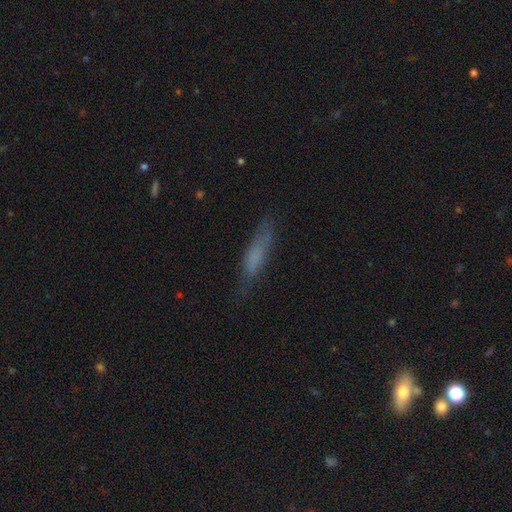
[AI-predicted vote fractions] A smooth galaxy with no disk features (65%) that is cigar-shaped (76%).

Vote fractions:
- Smooth or featured? smooth: 65% / featured or disk: 25% / star or artifact: 10%
- How rounded? cigar-shaped: 76% / in between: 22% / round: 2%
- Merging? none: 68% / minor disturbance: 22% / major disturbance: 8% / merger: 2%